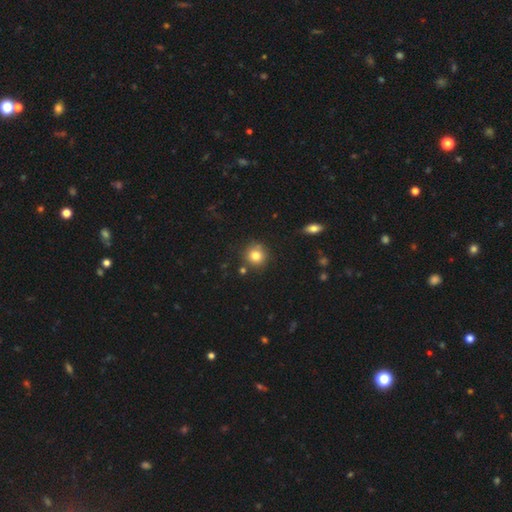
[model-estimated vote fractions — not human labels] smooth_or_featured: smooth (p=0.80) [alt: star or artifact p=0.11]
how_rounded: round (p=0.92) [alt: in between p=0.07]
merging: none (p=0.83) [alt: minor disturbance p=0.09]